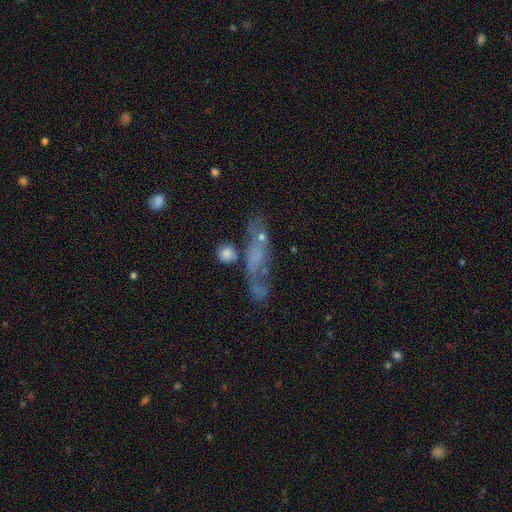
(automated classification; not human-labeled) Smooth or featured? featured or disk (43%)
Merging? none (41%)